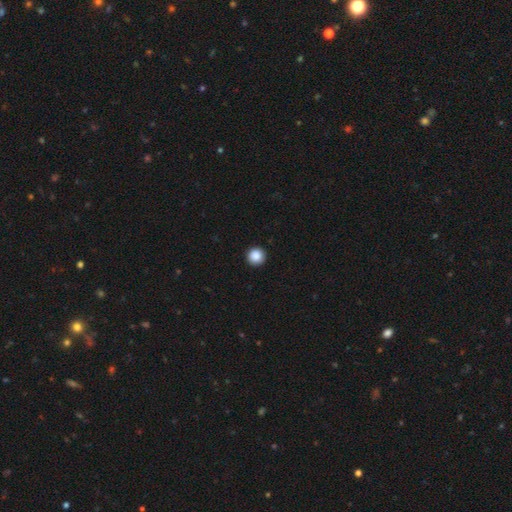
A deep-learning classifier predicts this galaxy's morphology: This is clearly a smooth galaxy (88%). How rounded: clearly round (96%). Merging: clearly none (94%).